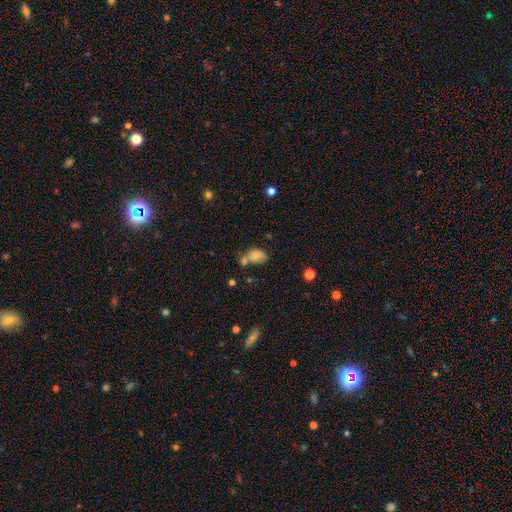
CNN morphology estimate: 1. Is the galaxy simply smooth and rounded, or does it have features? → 77% smooth, 13% featured or disk, 11% star or artifact.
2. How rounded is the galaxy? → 81% in between, 17% round, 1% cigar-shaped.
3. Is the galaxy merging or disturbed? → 42% none, 30% merger, 20% minor disturbance, 8% major disturbance.